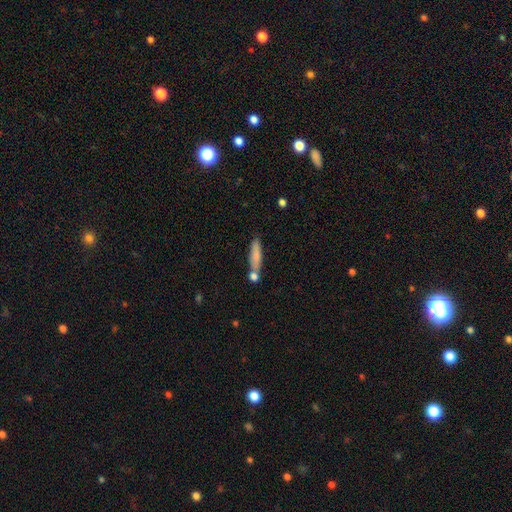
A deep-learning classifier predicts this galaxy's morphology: Q: Smooth or featured?
A: smooth (78%); runner-up: featured or disk (15%)
Q: How rounded?
A: cigar-shaped (72%); runner-up: in between (26%)
Q: Merging?
A: none (61%); runner-up: merger (20%)